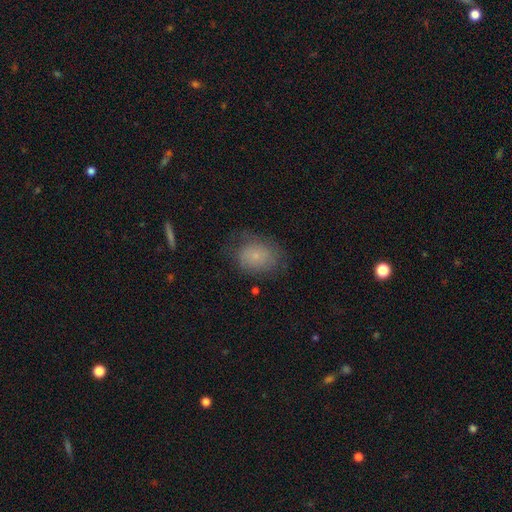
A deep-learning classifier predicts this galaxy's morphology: Smooth or featured?
  - smooth: 70% *
  - featured or disk: 20%
  - star or artifact: 10%
How rounded?
  - in between: 51% *
  - round: 48%
  - cigar-shaped: 1%
Merging?
  - none: 58% *
  - minor disturbance: 25%
  - major disturbance: 15%
  - merger: 1%